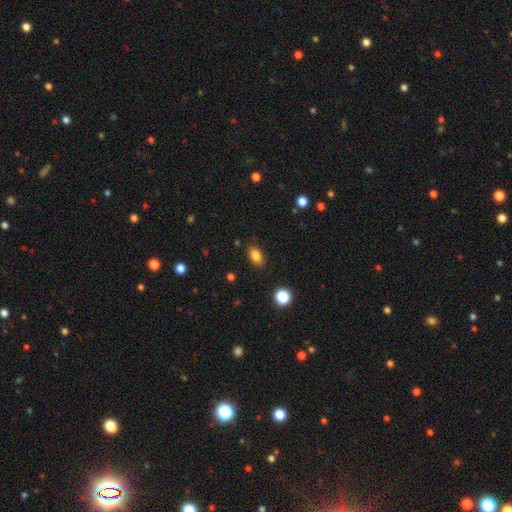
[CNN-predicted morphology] A smooth galaxy with no disk features (84%) that is in between round and cigar-shaped (87%).

Vote fractions:
- Smooth or featured? smooth: 84% / star or artifact: 10% / featured or disk: 6%
- How rounded? in between: 87% / round: 11% / cigar-shaped: 2%
- Merging? none: 85% / minor disturbance: 11% / major disturbance: 3% / merger: 2%